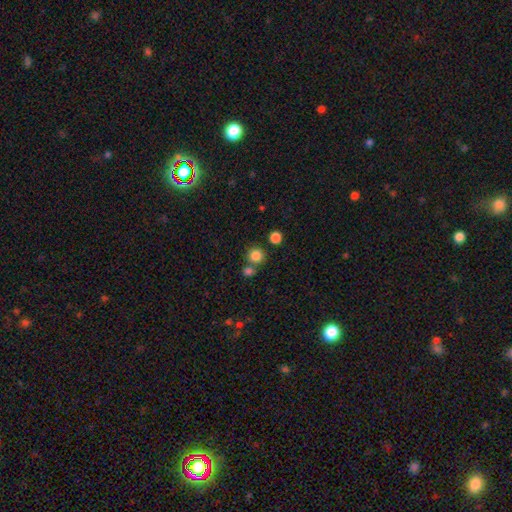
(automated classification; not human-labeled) Smooth or featured: smooth — 82% (star or artifact — 12%)
How rounded: round — 92% (in between — 7%)
Merging: none — 70% (merger — 20%)